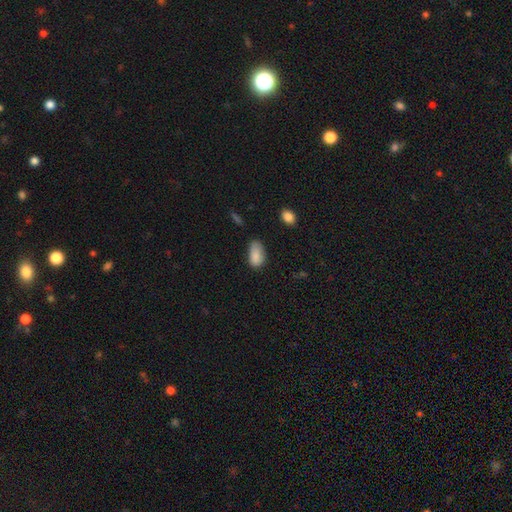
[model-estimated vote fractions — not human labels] smooth_or_featured: smooth (p=0.85) [alt: star or artifact p=0.08]
how_rounded: in between (p=0.93) [alt: round p=0.05]
merging: none (p=0.53) [alt: minor disturbance p=0.36]